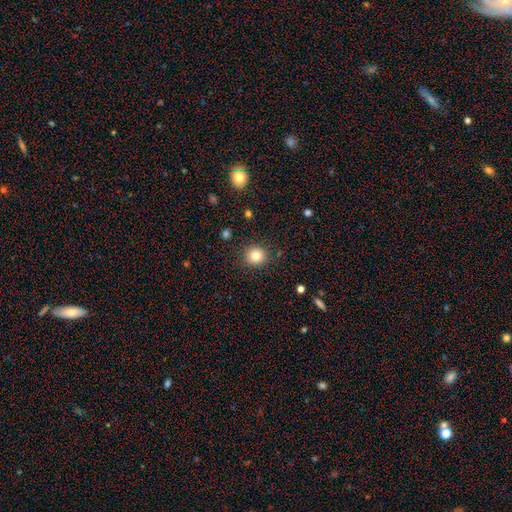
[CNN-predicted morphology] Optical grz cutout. It shows a smooth galaxy with no disk features (82%) that is round (89%). Merging: none (89%).